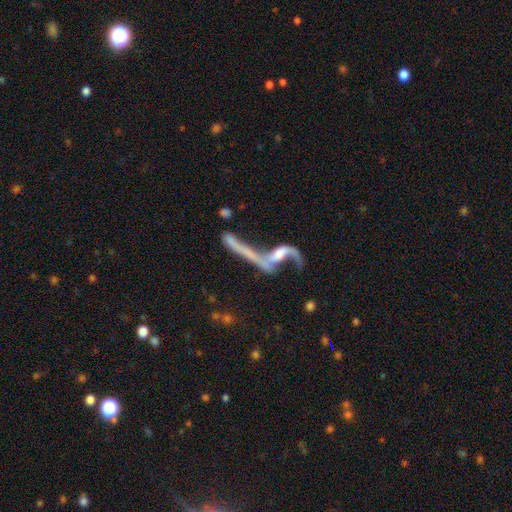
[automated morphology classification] Q: Smooth or featured?
A: featured or disk (69%); runner-up: smooth (16%)
Q: Edge-on disk?
A: no (64%); runner-up: yes (36%)
Q: Merging?
A: merger (42%); runner-up: none (27%)